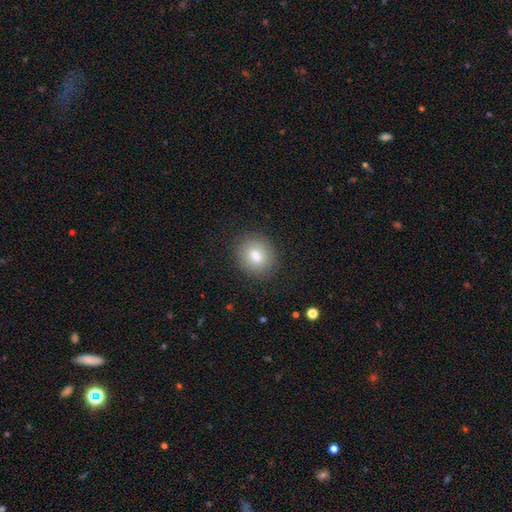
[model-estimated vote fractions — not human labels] This is likely a smooth galaxy (80%). How rounded: likely round (74%). Merging: clearly none (87%).